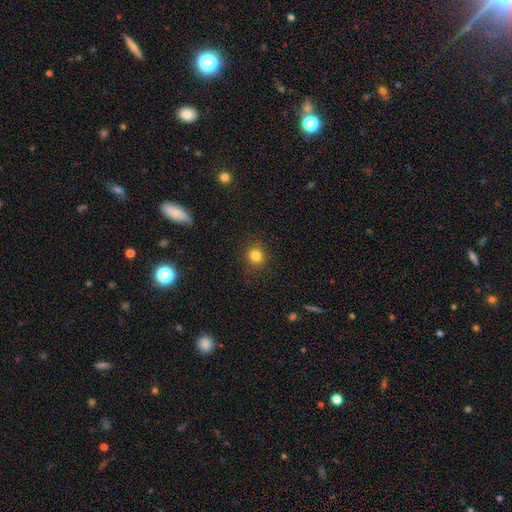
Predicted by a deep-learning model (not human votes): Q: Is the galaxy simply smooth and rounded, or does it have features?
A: smooth — 82%.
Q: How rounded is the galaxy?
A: round — 86%.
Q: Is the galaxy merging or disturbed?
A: none — 88%.